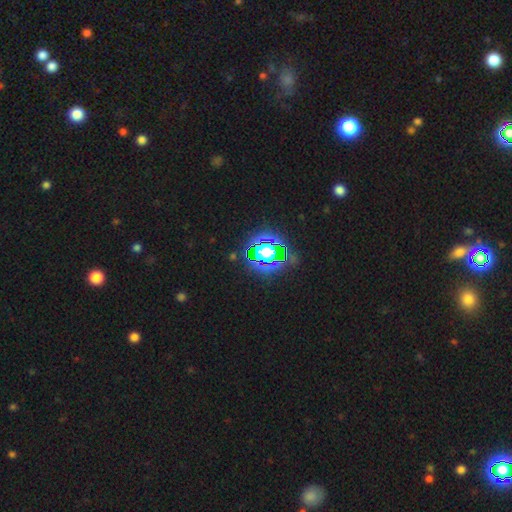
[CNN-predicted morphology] smooth_or_featured: star or artifact (p=0.81) [alt: smooth p=0.12]